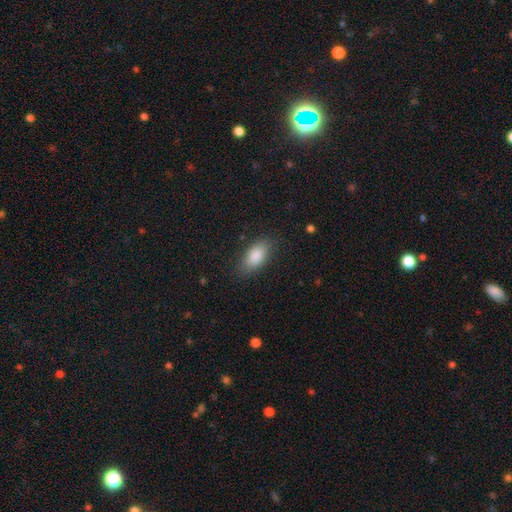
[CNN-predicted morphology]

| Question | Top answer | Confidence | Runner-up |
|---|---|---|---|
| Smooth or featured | smooth | 86% | featured or disk (7%) |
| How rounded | in between | 90% | cigar-shaped (7%) |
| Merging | none | 82% | minor disturbance (13%) |